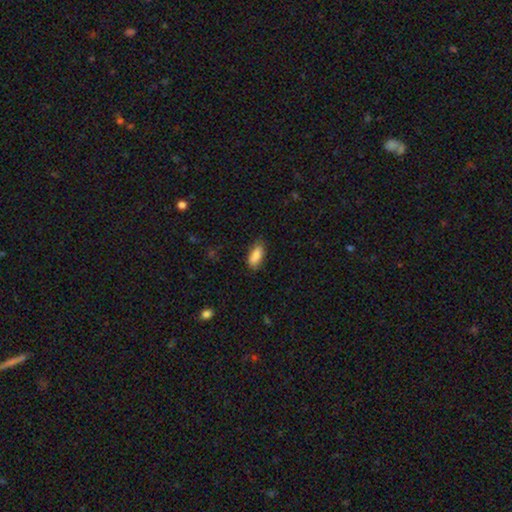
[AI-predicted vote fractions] Smooth or featured?
  - smooth: 87% *
  - star or artifact: 7%
  - featured or disk: 6%
How rounded?
  - in between: 84% *
  - cigar-shaped: 14%
  - round: 2%
Merging?
  - none: 78% *
  - minor disturbance: 18%
  - major disturbance: 3%
  - merger: 1%